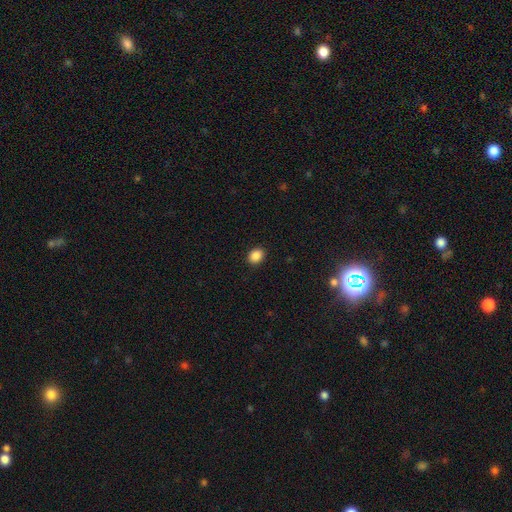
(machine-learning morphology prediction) Smooth or featured?
  - smooth: 88% *
  - star or artifact: 9%
  - featured or disk: 3%
How rounded?
  - in between: 53% *
  - round: 46%
  - cigar-shaped: 1%
Merging?
  - none: 91% *
  - minor disturbance: 6%
  - major disturbance: 2%
  - merger: 1%